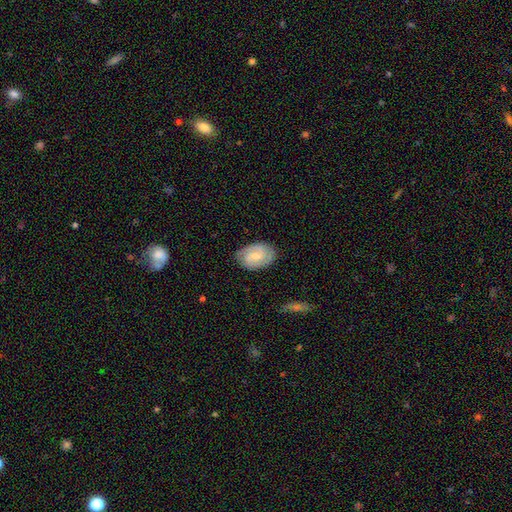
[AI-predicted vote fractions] smooth-or-featured: featured or disk: 70% | smooth: 24% | star or artifact: 6%
  disk-edge-on: no: 97% | yes: 3%
    bar: weak: 54% | no: 35% | strong: 11%
    has-spiral-arms: yes: 93% | no: 7%
      spiral-winding: tight: 48% | medium: 41% | loose: 12%
      spiral-arm-count: 2: 73% | can't tell: 13% | 3: 7% | 1: 4% | 4: 2% | more than 4: 2%
    bulge-size: small: 53% | moderate: 35% | none: 9% | large: 2% | dominant: 1%
  merging: none: 80% | minor disturbance: 15% | major disturbance: 4% | merger: 1%